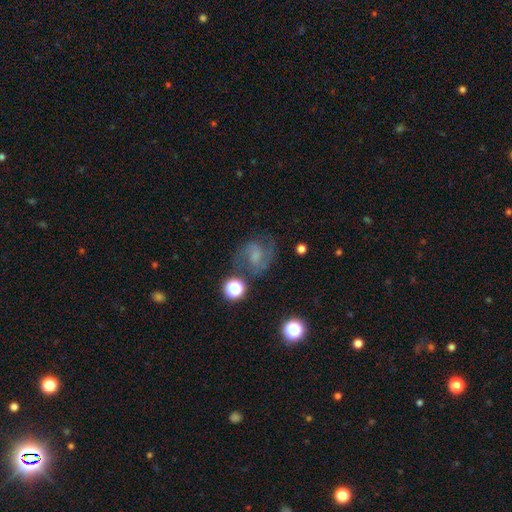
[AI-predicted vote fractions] Overall: featured or disk (63%; smooth 23%). Edge-on disk: no (98%). Bar: weak (47%; no 39%). Spiral arms: yes (90%). Spiral arm count: 2 (77%). Spiral winding: medium (53%; loose 25%). Bulge size: none (41%; small 29%). Merging: none (63%).